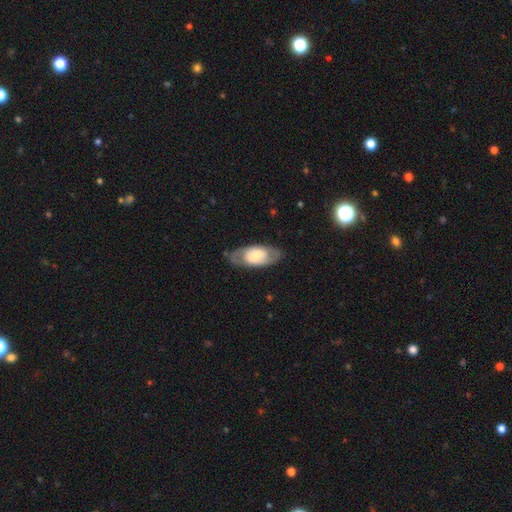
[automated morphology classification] This is possibly a featured or disk galaxy (57%). It is clearly not viewed edge-on (87%). Merging: likely none (76%).